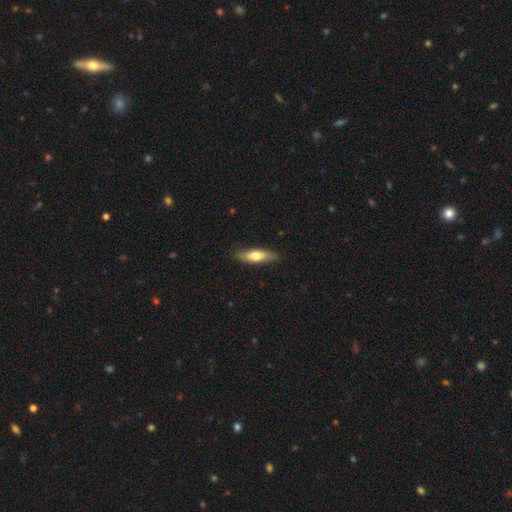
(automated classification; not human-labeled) Smooth or featured? Predicted: smooth (p=0.64). How rounded? Predicted: cigar-shaped (p=0.55). Merging? Predicted: none (p=0.84).